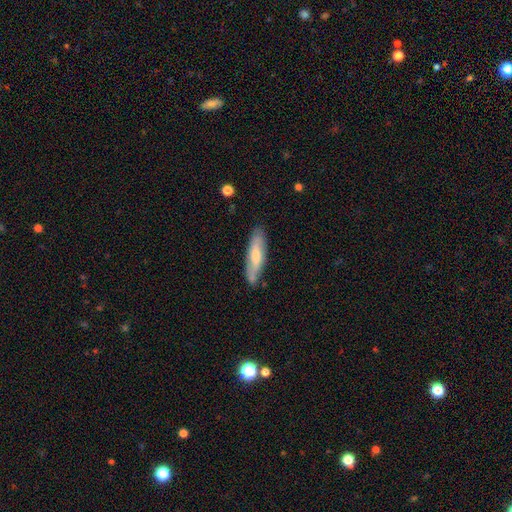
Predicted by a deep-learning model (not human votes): Smooth or featured? Predicted: smooth (p=0.52). How rounded? Predicted: cigar-shaped (p=0.67). Merging? Predicted: none (p=0.79).